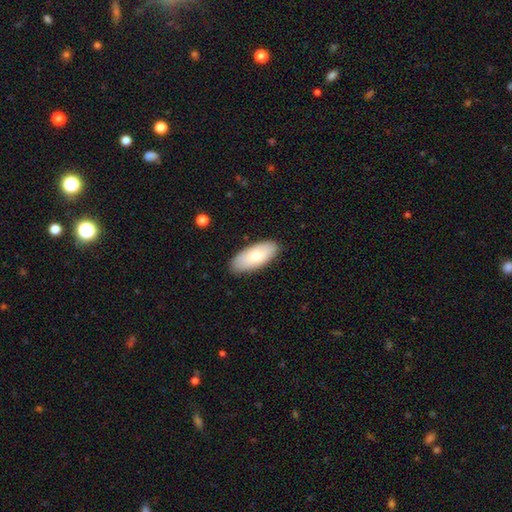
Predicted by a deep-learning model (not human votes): smooth 71%, featured or disk 23%, star or artifact 6%. Down the decision tree: how rounded — in between (89%); merging — none (88%).